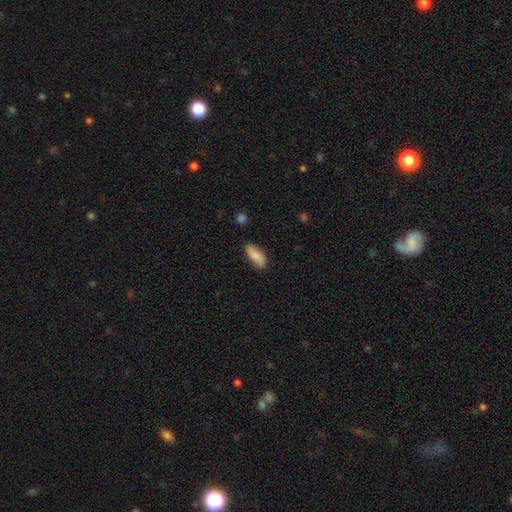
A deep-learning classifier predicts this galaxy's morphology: A smooth galaxy with no disk features (77%) that is in between round and cigar-shaped (83%). Merging: none (76%).